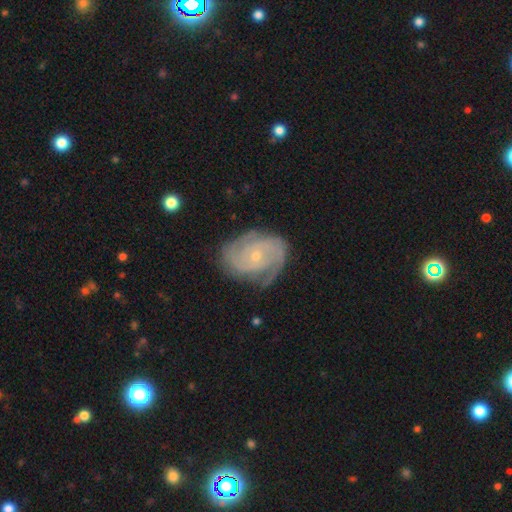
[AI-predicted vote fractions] featured or disk 87%, smooth 7%, star or artifact 5%. Down the decision tree: edge-on disk — no (98%); bar — no (70%); spiral arms — yes (97%); spiral arm count — 2 (38%); spiral winding — tight (61%); bulge size — small (77%); merging — none (74%).